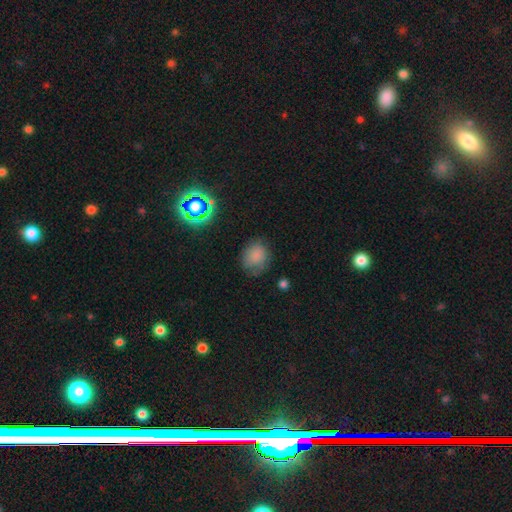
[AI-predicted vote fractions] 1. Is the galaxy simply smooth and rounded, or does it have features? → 78% smooth, 12% star or artifact, 9% featured or disk.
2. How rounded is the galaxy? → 66% round, 33% in between, 1% cigar-shaped.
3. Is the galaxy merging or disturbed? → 66% none, 24% minor disturbance, 8% major disturbance, 2% merger.